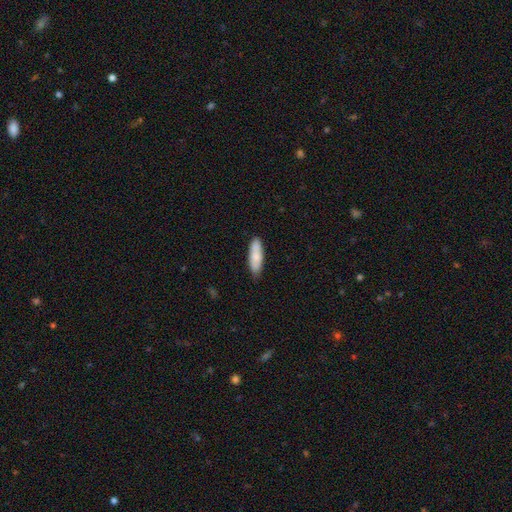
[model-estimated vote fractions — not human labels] smooth_or_featured: smooth (p=0.81) [alt: featured or disk p=0.13]
how_rounded: in between (p=0.50) [alt: cigar-shaped p=0.48]
merging: none (p=0.84) [alt: minor disturbance p=0.13]